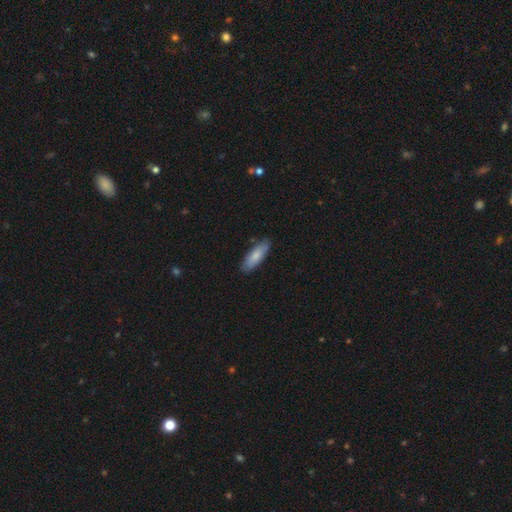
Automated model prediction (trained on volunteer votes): Smooth or featured: smooth — 77% (featured or disk — 18%)
How rounded: in between — 62% (cigar-shaped — 36%)
Merging: none — 83% (minor disturbance — 14%)